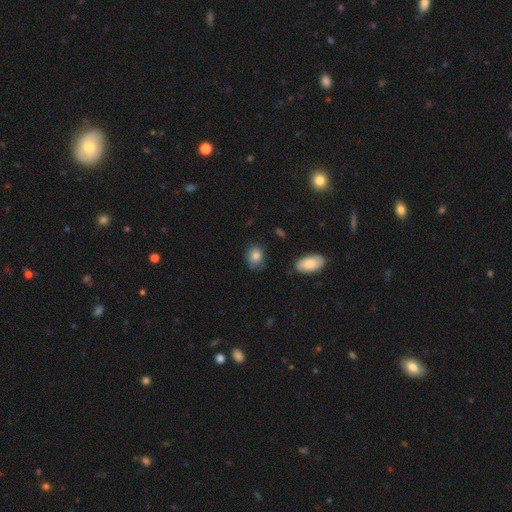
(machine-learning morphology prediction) type=smooth (81%); roundness=round (50%); merging=none (72%).